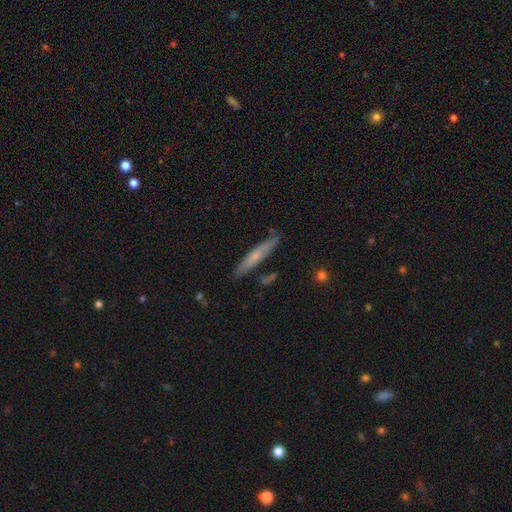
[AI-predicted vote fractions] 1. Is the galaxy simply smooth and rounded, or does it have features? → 54% smooth, 39% featured or disk, 6% star or artifact.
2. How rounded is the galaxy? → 92% cigar-shaped, 6% in between, 2% round.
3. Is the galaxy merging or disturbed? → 83% none, 12% minor disturbance, 3% merger, 2% major disturbance.